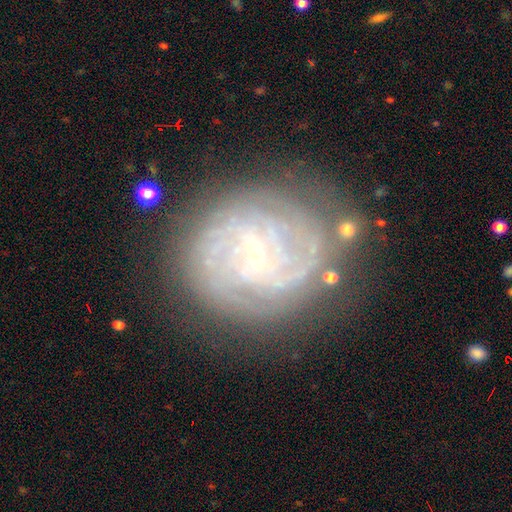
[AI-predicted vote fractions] Smooth or featured? Predicted: featured or disk (p=0.86). Edge-on disk? Predicted: no (p=0.97). Bar? Predicted: no (p=0.47). Spiral arms? Predicted: yes (p=0.97). Spiral winding? Predicted: tight (p=0.75). Spiral arm count? Predicted: can't tell (p=0.28). Bulge size? Predicted: small (p=0.84). Merging? Predicted: none (p=0.76).